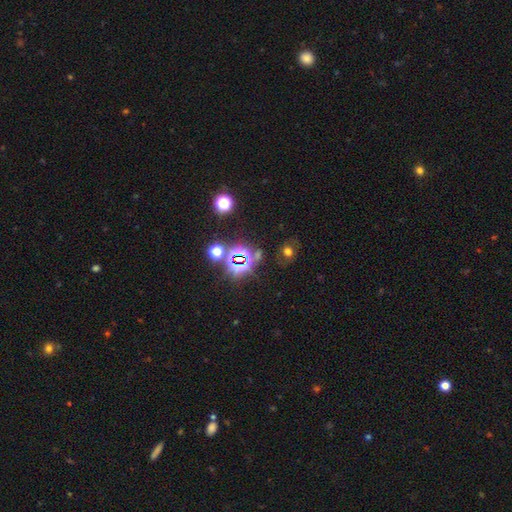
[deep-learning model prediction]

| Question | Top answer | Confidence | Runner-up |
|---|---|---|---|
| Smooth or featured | star or artifact | 73% | smooth (18%) |